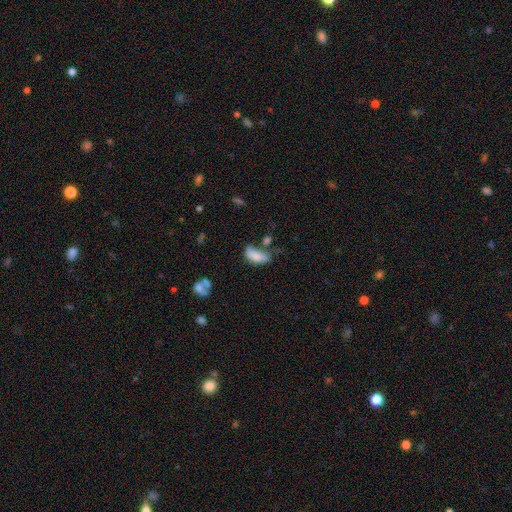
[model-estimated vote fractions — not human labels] The model was most divided on "merging": none: 30%, minor disturbance: 29%, major disturbance: 23%, merger: 18%. More confident: how rounded — in between (86%); smooth or featured — smooth (73%).